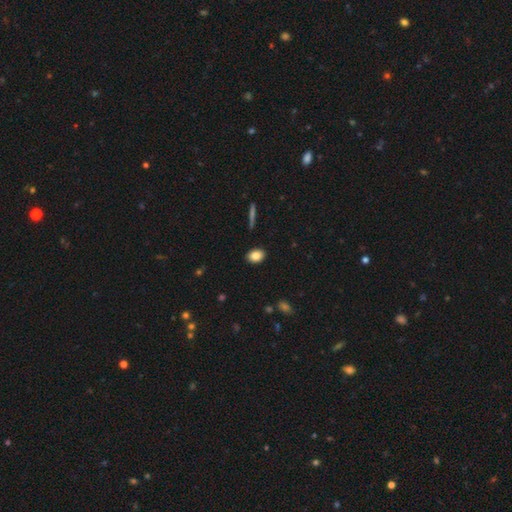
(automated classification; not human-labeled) Smooth or featured? Predicted: smooth (p=0.84). How rounded? Predicted: in between (p=0.74). Merging? Predicted: none (p=0.90).